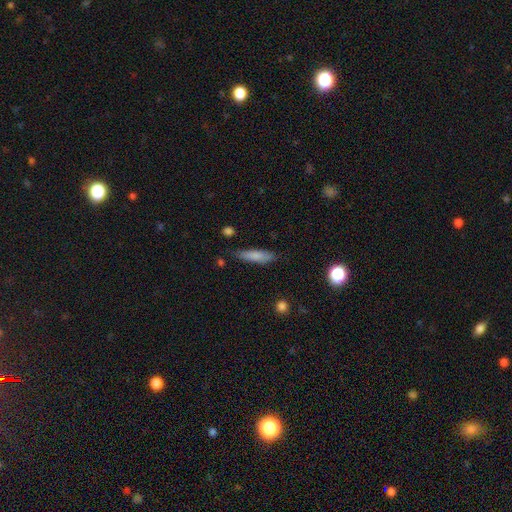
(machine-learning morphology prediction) Q: Smooth or featured?
A: smooth (79%); runner-up: featured or disk (14%)
Q: How rounded?
A: cigar-shaped (73%); runner-up: in between (25%)
Q: Merging?
A: none (78%); runner-up: minor disturbance (17%)